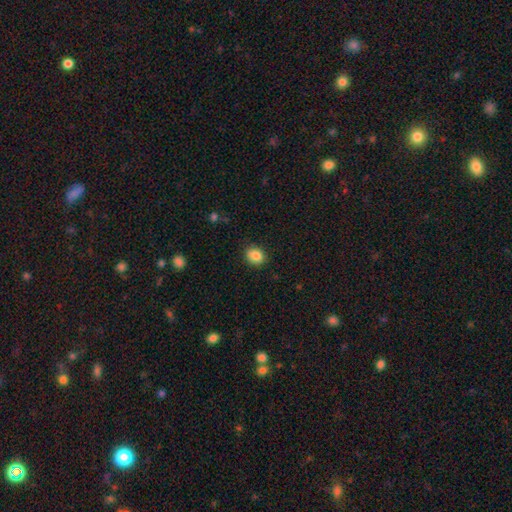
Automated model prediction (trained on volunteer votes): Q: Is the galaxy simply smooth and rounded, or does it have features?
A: smooth — 86%.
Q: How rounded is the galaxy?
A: round — 50%.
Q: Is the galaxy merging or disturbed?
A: none — 87%.